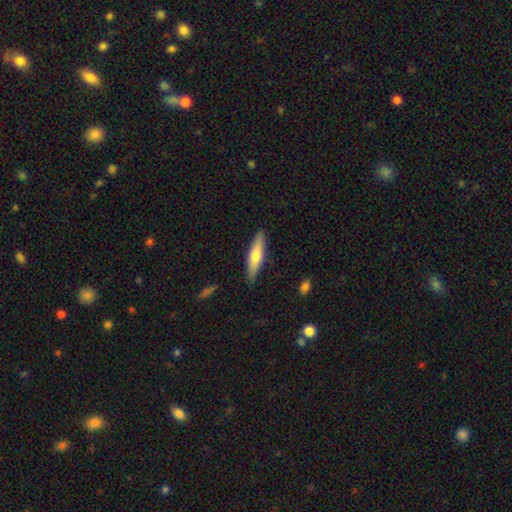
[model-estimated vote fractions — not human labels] Morphology: type=smooth (58%); roundness=cigar-shaped (75%); merging=none (87%).